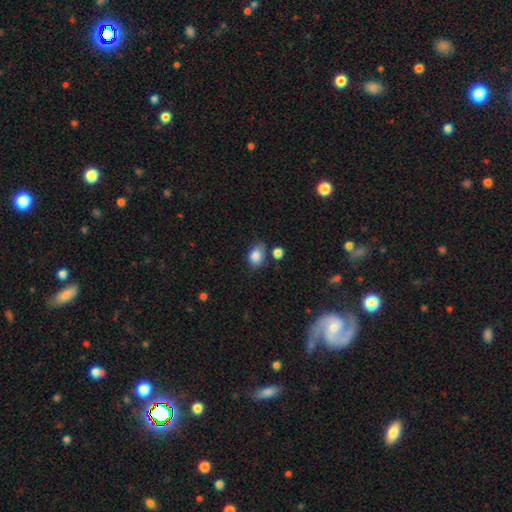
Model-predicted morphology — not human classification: Smooth or featured?
  - smooth: 84% *
  - star or artifact: 8%
  - featured or disk: 8%
How rounded?
  - in between: 77% *
  - round: 22%
  - cigar-shaped: 1%
Merging?
  - none: 60% *
  - minor disturbance: 24%
  - merger: 10%
  - major disturbance: 6%